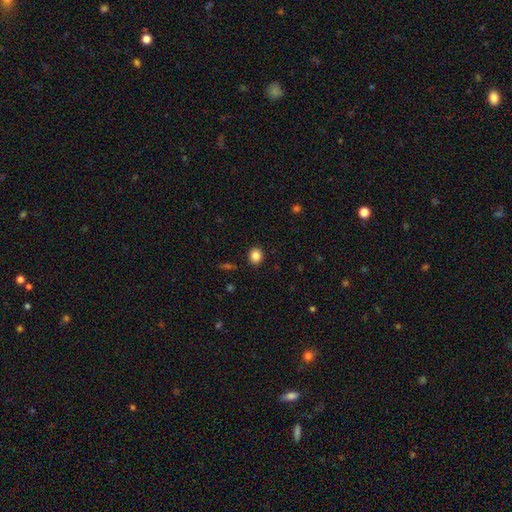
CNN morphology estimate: Q: Smooth or featured?
A: smooth (85%); runner-up: star or artifact (10%)
Q: How rounded?
A: round (70%); runner-up: in between (29%)
Q: Merging?
A: none (90%); runner-up: minor disturbance (7%)